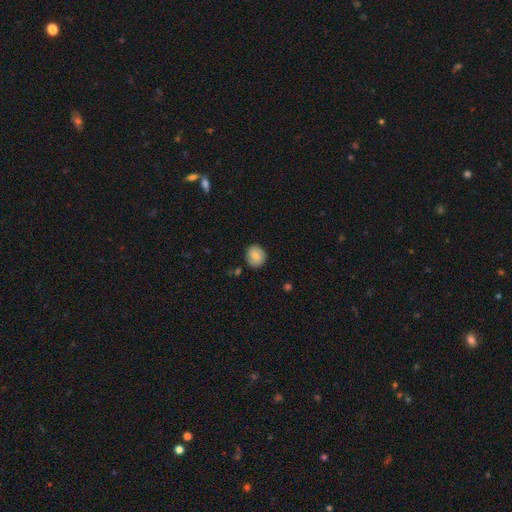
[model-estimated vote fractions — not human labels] Smooth or featured? Predicted: smooth (p=0.81). How rounded? Predicted: round (p=0.84). Merging? Predicted: none (p=0.85).